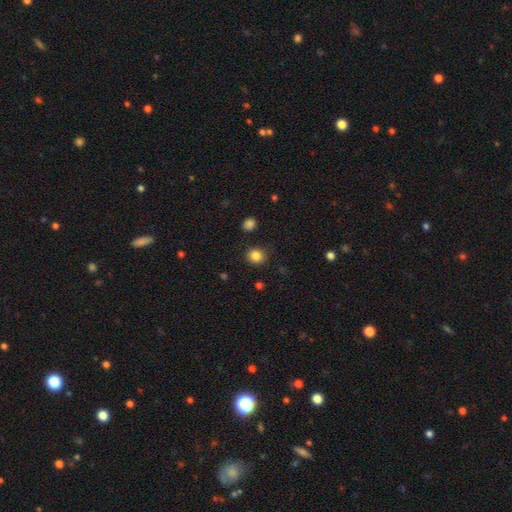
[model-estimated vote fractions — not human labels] Morphology: type=smooth (85%); roundness=round (79%); merging=none (86%).